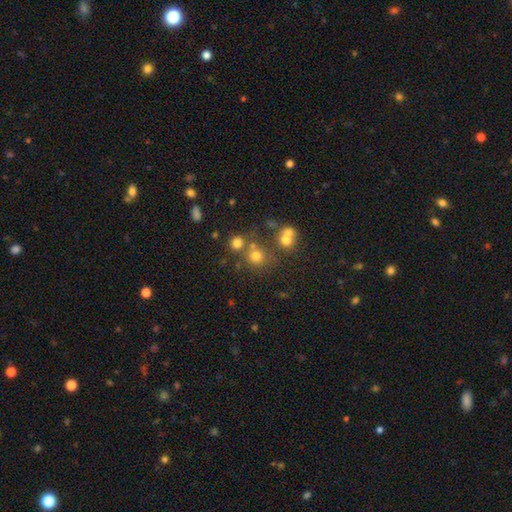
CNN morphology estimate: Smooth or featured? Predicted: smooth (p=0.68). How rounded? Predicted: round (p=0.87). Merging? Predicted: none (p=0.61).